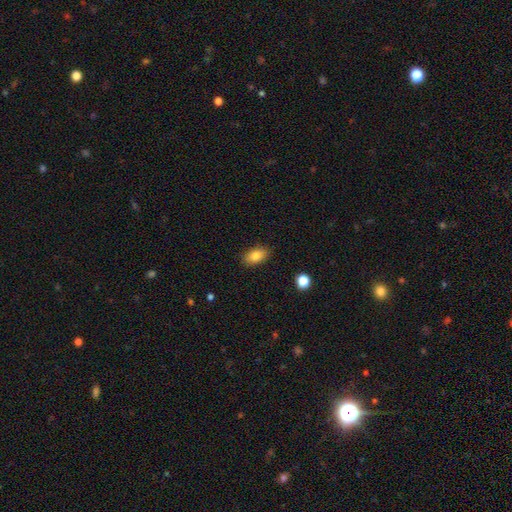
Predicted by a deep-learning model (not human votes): Smooth or featured?
  - smooth: 83% *
  - featured or disk: 9%
  - star or artifact: 8%
How rounded?
  - in between: 90% *
  - round: 8%
  - cigar-shaped: 3%
Merging?
  - none: 87% *
  - minor disturbance: 10%
  - major disturbance: 2%
  - merger: 1%